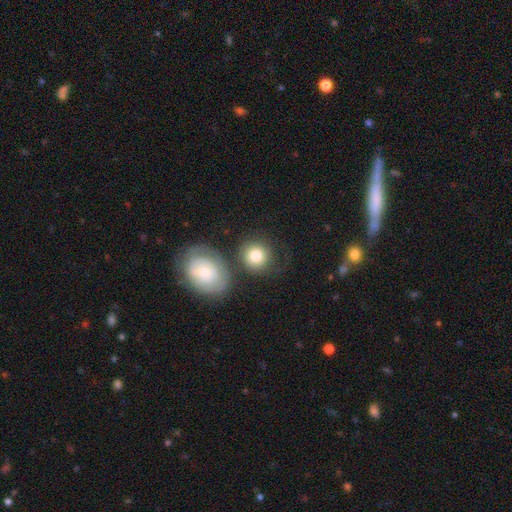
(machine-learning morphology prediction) smooth 78%, featured or disk 15%, star or artifact 7%. Down the decision tree: how rounded — round (84%); merging — none (59%).